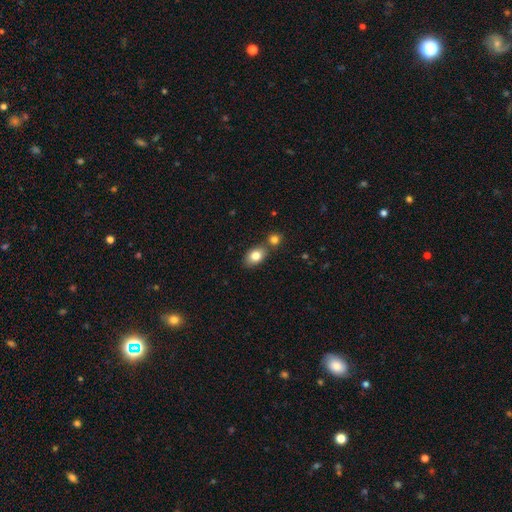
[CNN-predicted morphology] A smooth galaxy with no disk features (82%) that is in between round and cigar-shaped (79%).

Vote fractions:
- Smooth or featured? smooth: 82% / featured or disk: 10% / star or artifact: 8%
- How rounded? in between: 79% / round: 20% / cigar-shaped: 1%
- Merging? none: 59% / merger: 27% / minor disturbance: 11% / major disturbance: 3%